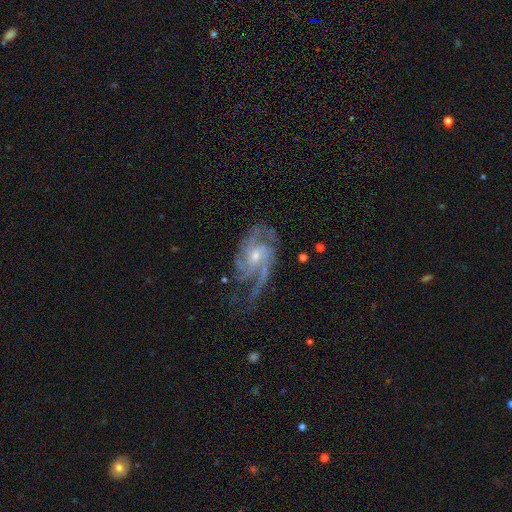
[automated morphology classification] A featured or disk galaxy (91%) with no bar (53%), 3 (39%) medium (46%) spiral arms (98%) and a small central bulge (59%). Merging: none (65%).